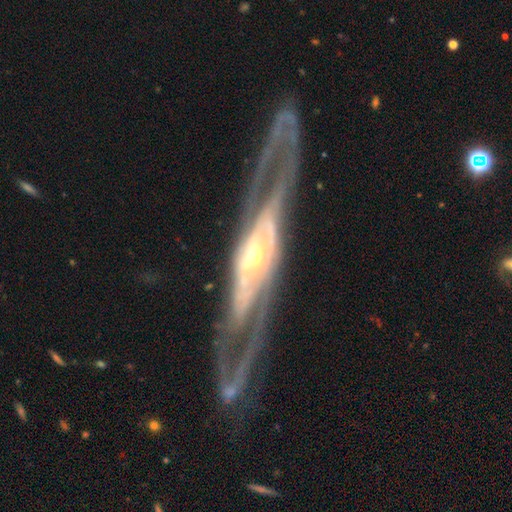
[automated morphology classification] Smooth or featured?
  - featured or disk: 89% *
  - smooth: 6%
  - star or artifact: 5%
Edge-on disk?
  - no: 68% *
  - yes: 32%
Bar?
  - no: 47% *
  - strong: 27%
  - weak: 25%
Spiral arms?
  - yes: 86% *
  - no: 14%
Spiral winding?
  - medium: 41% *
  - tight: 40%
  - loose: 18%
Spiral arm count?
  - 2: 66% *
  - can't tell: 19%
  - 3: 5%
  - 1: 4%
  - 4: 3%
  - more than 4: 3%
Bulge size?
  - small: 54% *
  - moderate: 37%
  - large: 6%
  - dominant: 2%
  - none: 1%
Merging?
  - none: 75% *
  - minor disturbance: 13%
  - major disturbance: 10%
  - merger: 2%